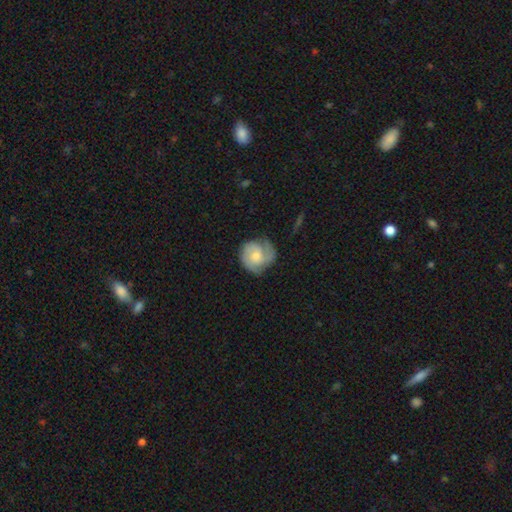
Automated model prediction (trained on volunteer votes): Morphology: type=featured or disk (66%); edge-on=no (98%); bar=no (69%); spiral arms=yes (93%); winding=tight (49%); arm count=2 (54%); bulge=moderate (51%); merging=none (67%).